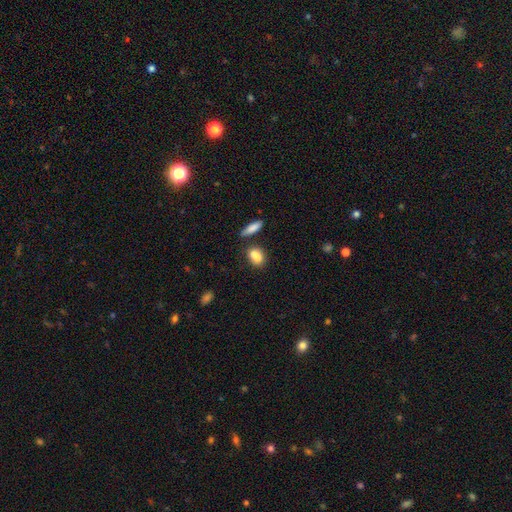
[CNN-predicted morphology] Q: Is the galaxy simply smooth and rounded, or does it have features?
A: smooth — 81%.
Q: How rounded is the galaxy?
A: in between — 69%.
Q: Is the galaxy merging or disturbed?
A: none — 48%.